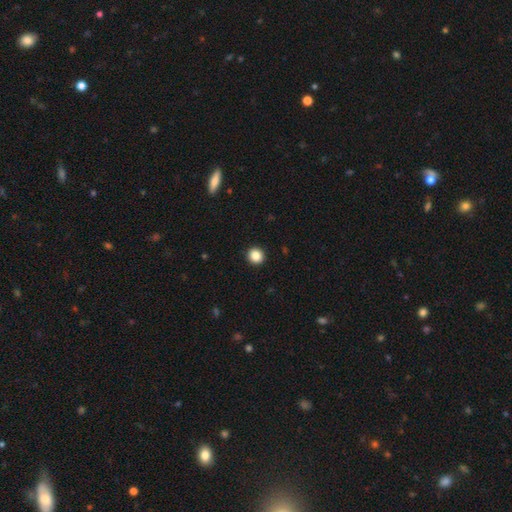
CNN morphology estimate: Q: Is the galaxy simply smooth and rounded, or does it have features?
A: smooth — 86%.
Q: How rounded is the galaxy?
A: round — 91%.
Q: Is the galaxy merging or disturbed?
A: none — 93%.